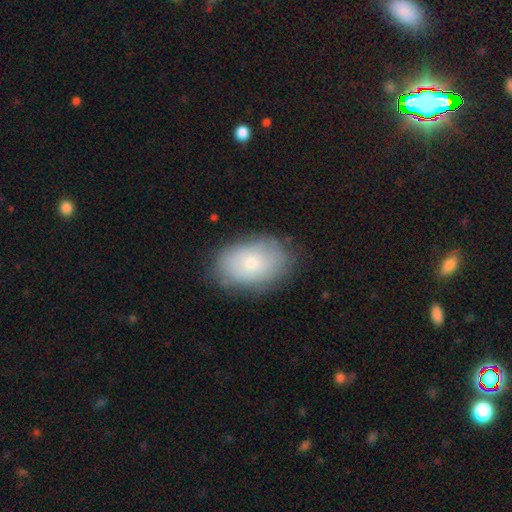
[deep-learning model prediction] Smooth or featured? Predicted: smooth (p=0.67). How rounded? Predicted: in between (p=0.86). Merging? Predicted: none (p=0.76).